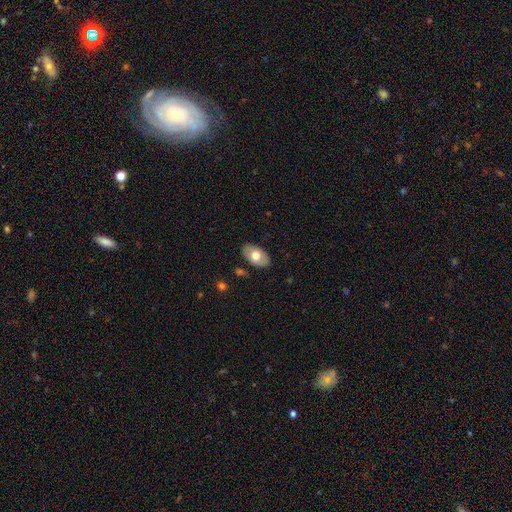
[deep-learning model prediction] Q: Smooth or featured?
A: smooth (62%); runner-up: featured or disk (32%)
Q: How rounded?
A: in between (92%); runner-up: round (7%)
Q: Merging?
A: none (85%); runner-up: minor disturbance (11%)